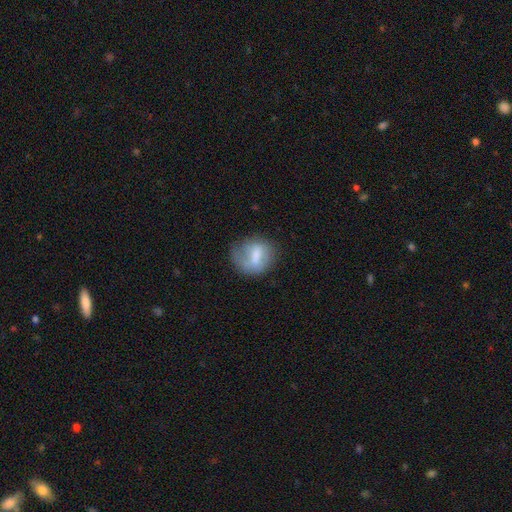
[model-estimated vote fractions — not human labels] The model was most divided on "merging": none: 47%, minor disturbance: 29%, major disturbance: 21%, merger: 3%. More confident: how rounded — round (62%); smooth or featured — smooth (60%).